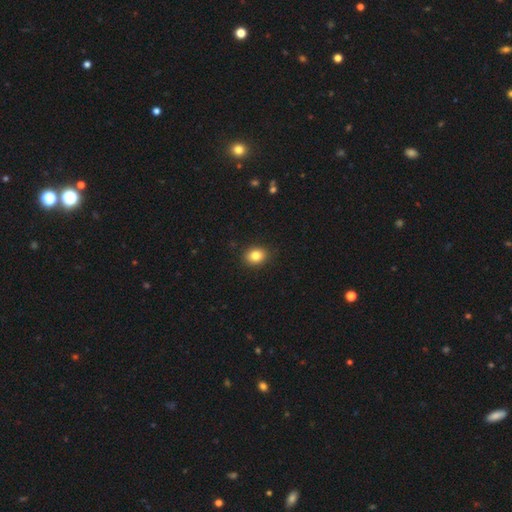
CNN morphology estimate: smooth-or-featured: smooth: 83% | star or artifact: 10% | featured or disk: 7%
  how-rounded: round: 52% | in between: 47% | cigar-shaped: 1%
  merging: none: 90% | minor disturbance: 7% | major disturbance: 2% | merger: 1%